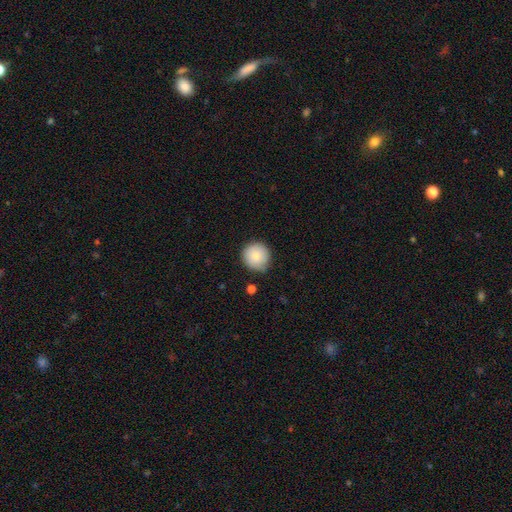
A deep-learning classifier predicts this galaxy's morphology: Smooth or featured: smooth — 85% (featured or disk — 8%)
How rounded: round — 94% (in between — 5%)
Merging: none — 83% (minor disturbance — 13%)